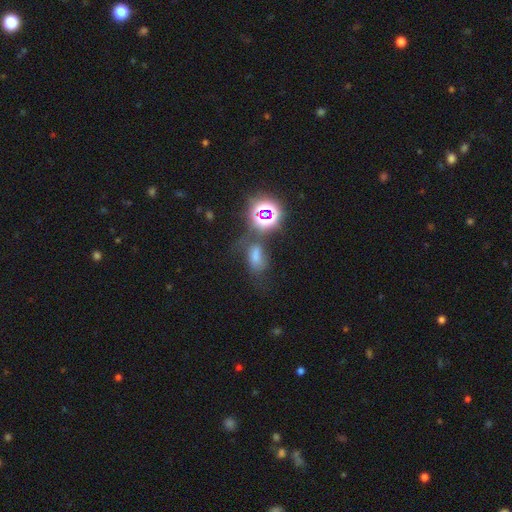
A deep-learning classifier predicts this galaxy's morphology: Smooth or featured? Predicted: smooth (p=0.54). How rounded? Predicted: in between (p=0.79). Merging? Predicted: none (p=0.41).